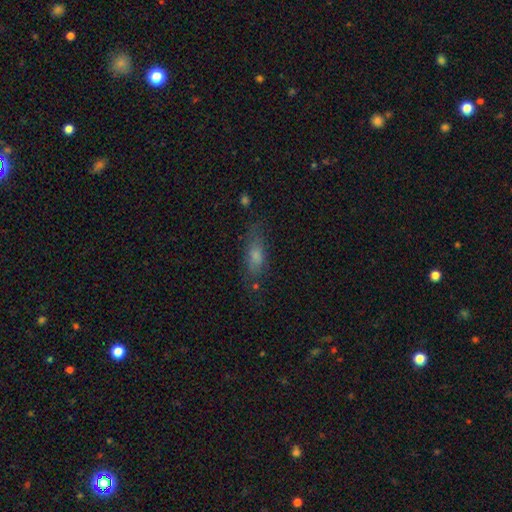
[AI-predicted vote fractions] Smooth or featured?
  - smooth: 56% *
  - featured or disk: 28%
  - star or artifact: 16%
How rounded?
  - in between: 51% *
  - cigar-shaped: 43%
  - round: 5%
Merging?
  - none: 70% *
  - minor disturbance: 19%
  - major disturbance: 8%
  - merger: 3%